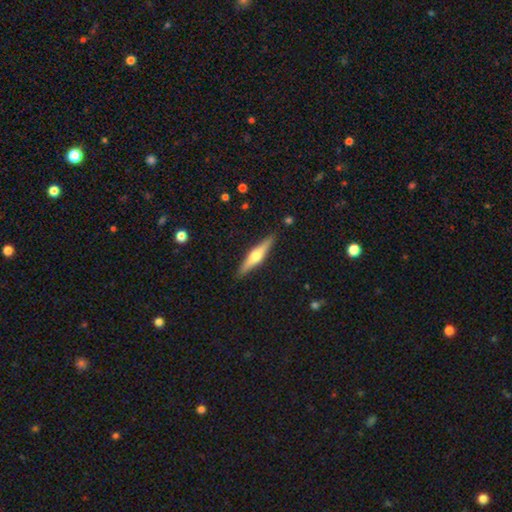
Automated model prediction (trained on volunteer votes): Overall: featured or disk (63%; smooth 32%). Edge-on disk: yes (97%). Edge-on bulge: rounded (91%). Merging: none (90%).